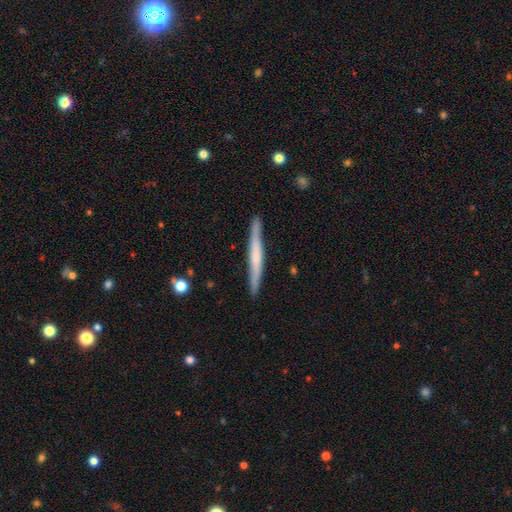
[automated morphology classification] Overall: featured or disk (54%; smooth 41%). Edge-on disk: yes (96%). Edge-on bulge: none (58%; rounded 26%). Merging: none (89%).